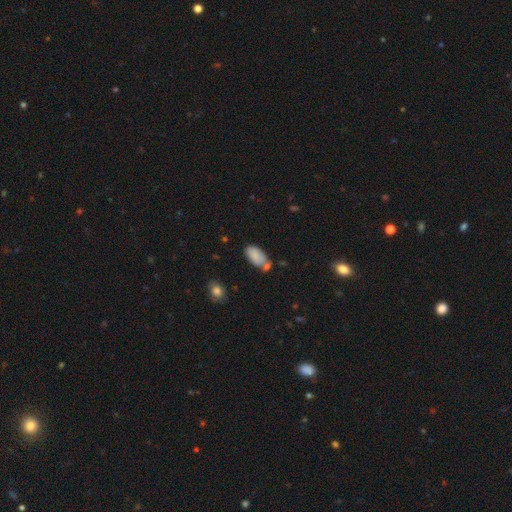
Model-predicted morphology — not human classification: Smooth or featured? Predicted: smooth (p=0.84). How rounded? Predicted: in between (p=0.94). Merging? Predicted: none (p=0.46).